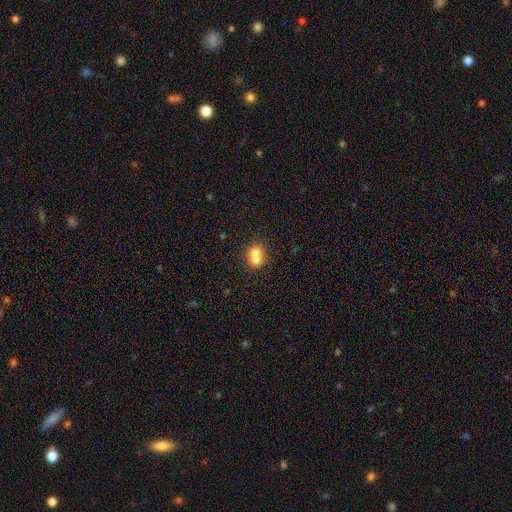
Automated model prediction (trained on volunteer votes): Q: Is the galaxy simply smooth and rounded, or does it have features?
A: smooth — 69%.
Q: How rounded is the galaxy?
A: round — 59%.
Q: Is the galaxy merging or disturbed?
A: merger — 63%.